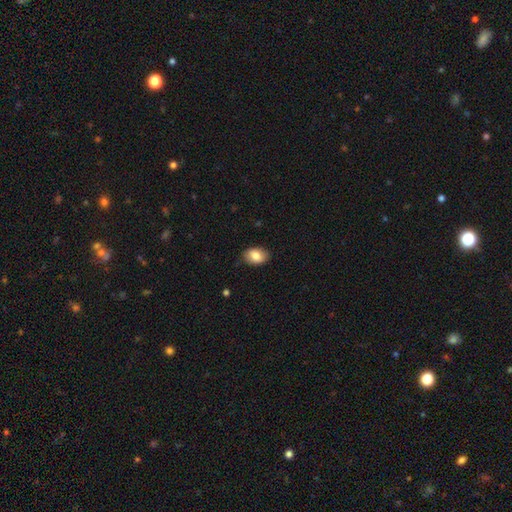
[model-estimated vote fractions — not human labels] A smooth galaxy with no disk features (82%) that is in between round and cigar-shaped (83%).

Vote fractions:
- Smooth or featured? smooth: 82% / featured or disk: 10% / star or artifact: 7%
- How rounded? in between: 83% / round: 16% / cigar-shaped: 1%
- Merging? none: 85% / minor disturbance: 12% / major disturbance: 2% / merger: 1%